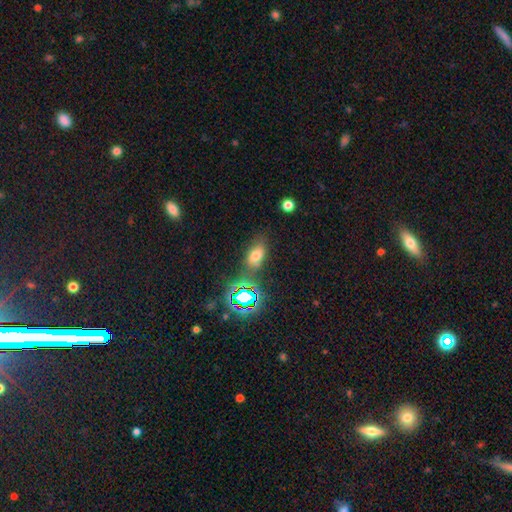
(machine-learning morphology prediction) The model was most divided on "smooth or featured": smooth: 62%, star or artifact: 25%, featured or disk: 13%. More confident: how rounded — in between (83%); merging — none (68%).